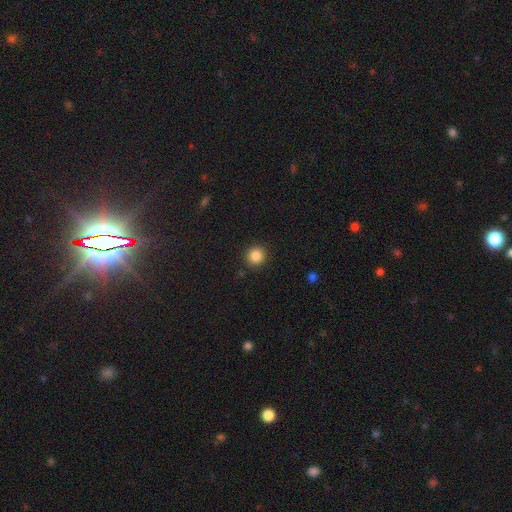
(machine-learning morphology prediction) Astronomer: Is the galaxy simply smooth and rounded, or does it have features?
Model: smooth — 86%.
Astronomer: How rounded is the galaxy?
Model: round — 92%.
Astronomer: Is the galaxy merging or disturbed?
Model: none — 91%.